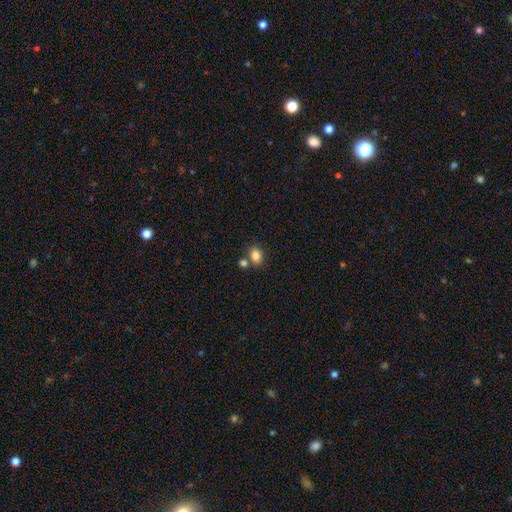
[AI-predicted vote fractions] This appears to be a smooth galaxy with no disk features (84%) that is in between round and cigar-shaped (76%). Merging: none (64%).